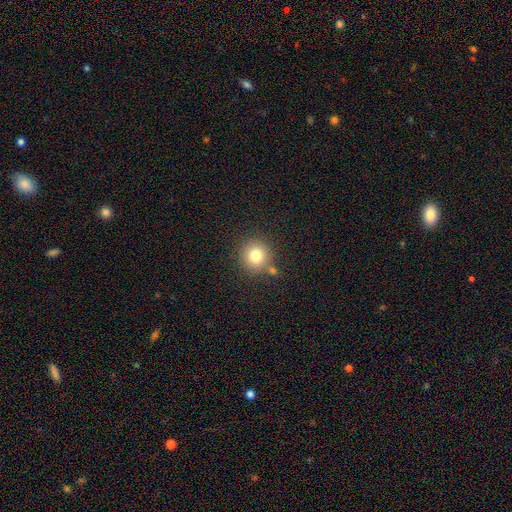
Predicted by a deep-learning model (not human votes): A smooth galaxy with no disk features (79%) that is round (91%). Merging: none (76%).